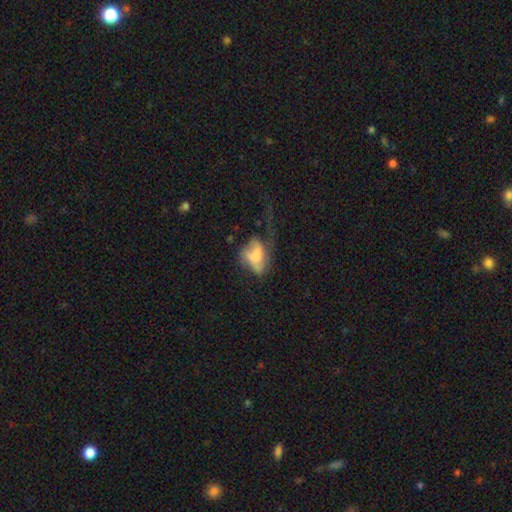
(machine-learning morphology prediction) This appears to be a smooth galaxy with no disk features (51%) that is in between round and cigar-shaped (85%). Merging: major disturbance (56%).